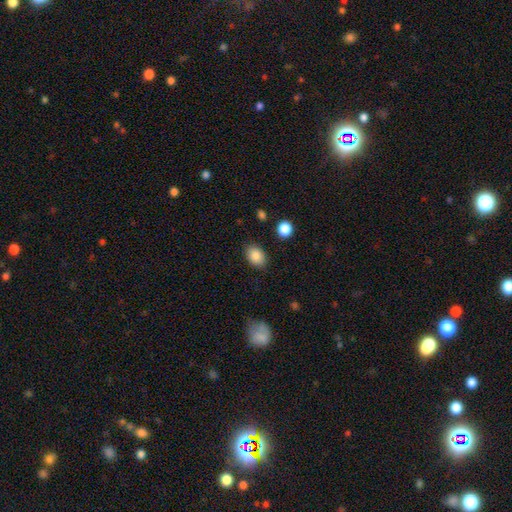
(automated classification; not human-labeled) smooth 86%, star or artifact 8%, featured or disk 5%. Down the decision tree: how rounded — in between (76%); merging — none (85%).